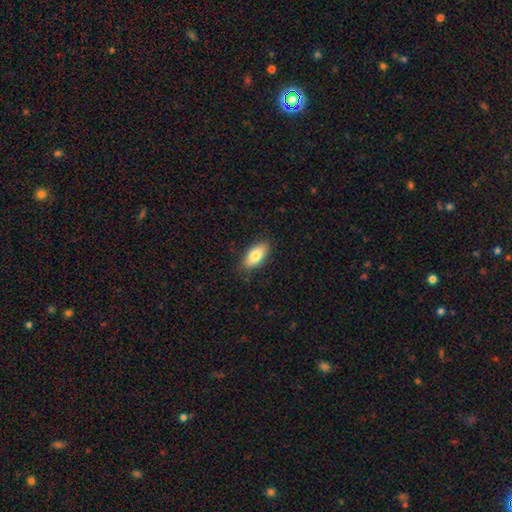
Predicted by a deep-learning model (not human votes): Smooth or featured? Predicted: smooth (p=0.81). How rounded? Predicted: in between (p=0.89). Merging? Predicted: none (p=0.86).